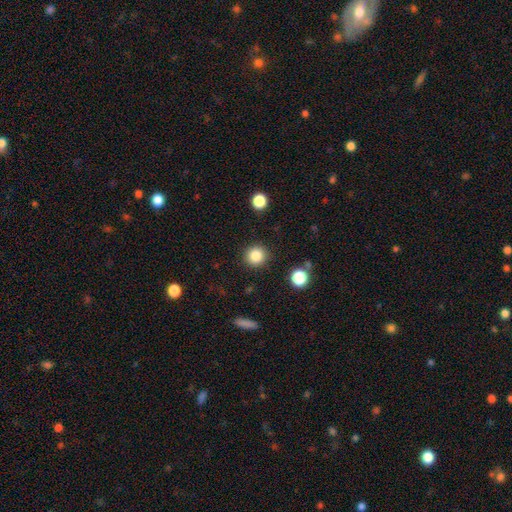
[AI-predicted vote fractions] This appears to be a smooth galaxy with no disk features (85%) that is round (93%). Merging: none (90%).